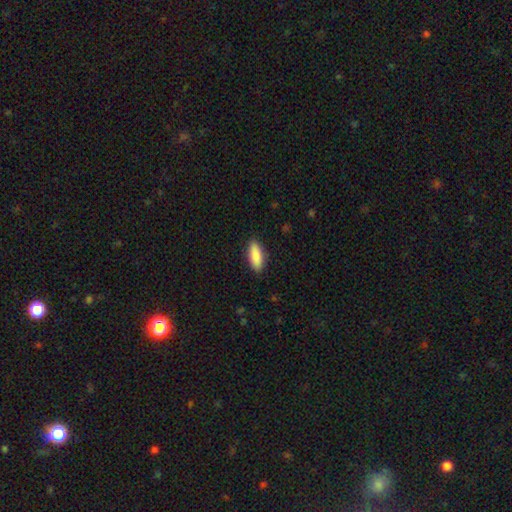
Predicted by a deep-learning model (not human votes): This appears to be a smooth galaxy with no disk features (88%) that is in between round and cigar-shaped (74%). Merging: none (89%).